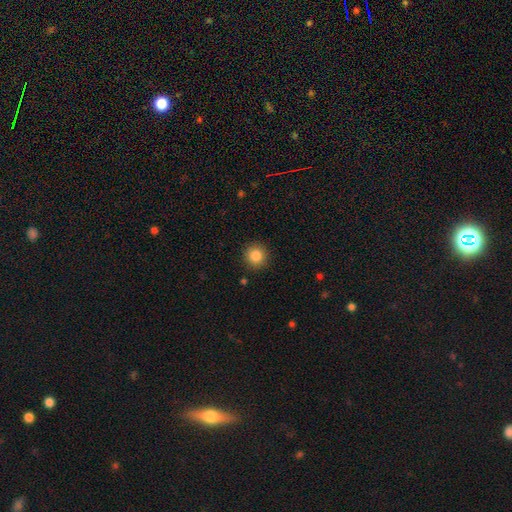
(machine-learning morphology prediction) Q: Smooth or featured?
A: smooth (85%); runner-up: star or artifact (10%)
Q: How rounded?
A: round (94%); runner-up: in between (5%)
Q: Merging?
A: none (91%); runner-up: minor disturbance (6%)